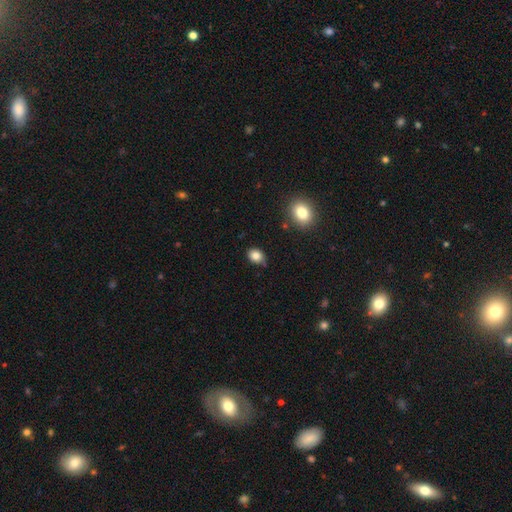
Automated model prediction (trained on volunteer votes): Smooth or featured? smooth (82%)
How rounded? in between (56%)
Merging? none (68%)